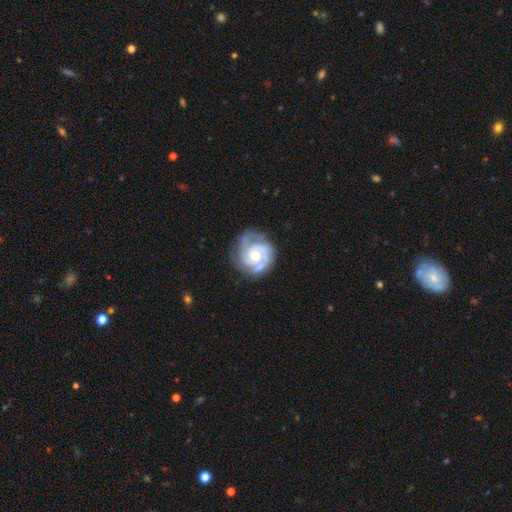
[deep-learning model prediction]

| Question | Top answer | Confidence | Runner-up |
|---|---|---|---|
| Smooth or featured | featured or disk | 88% | smooth (8%) |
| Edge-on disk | no | 98% | yes (2%) |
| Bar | no | 71% | weak (24%) |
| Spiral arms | yes | 97% | no (3%) |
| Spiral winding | tight | 64% | medium (31%) |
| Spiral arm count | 3 | 40% | 2 (34%) |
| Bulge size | moderate | 62% | small (32%) |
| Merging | none | 72% | minor disturbance (19%) |